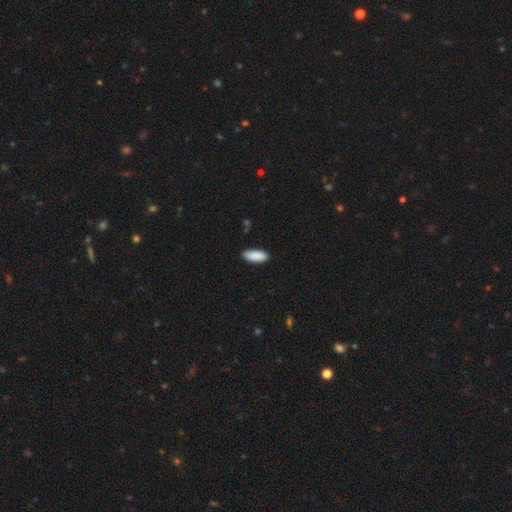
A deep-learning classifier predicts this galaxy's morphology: Smooth or featured? Predicted: smooth (p=0.90). How rounded? Predicted: in between (p=0.80). Merging? Predicted: none (p=0.89).